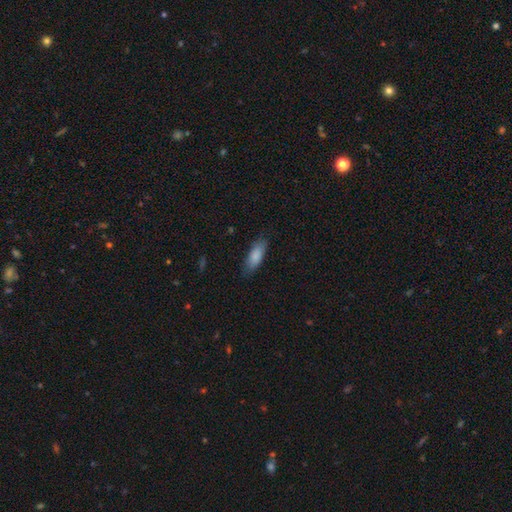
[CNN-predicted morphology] Smooth or featured: smooth — 86% (featured or disk — 8%)
How rounded: in between — 68% (cigar-shaped — 30%)
Merging: none — 80% (minor disturbance — 16%)